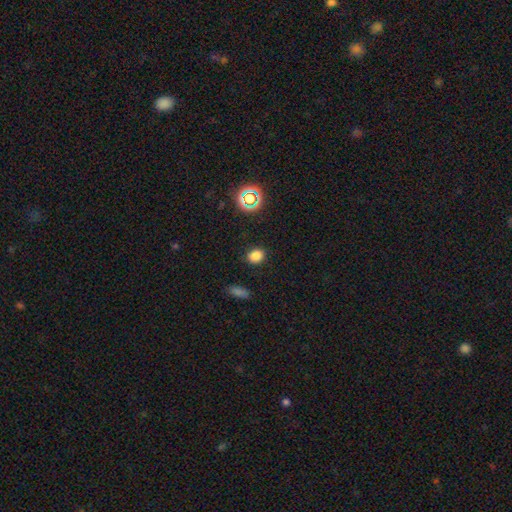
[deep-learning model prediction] smooth-or-featured: smooth: 80% | star or artifact: 16% | featured or disk: 5%
  how-rounded: round: 53% | in between: 46% | cigar-shaped: 1%
  merging: none: 87% | minor disturbance: 8% | major disturbance: 3% | merger: 1%